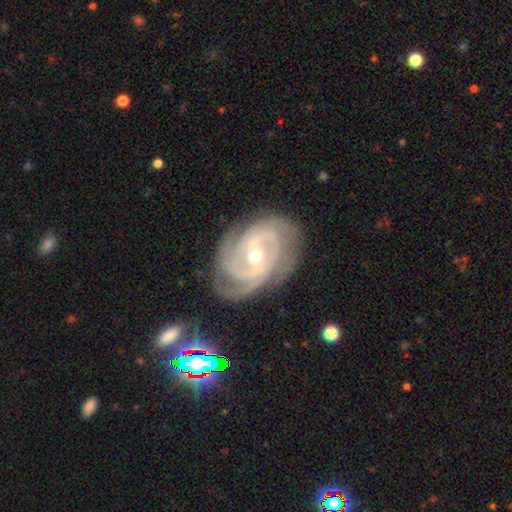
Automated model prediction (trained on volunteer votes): smooth_or_featured: featured or disk (p=0.91) [alt: star or artifact p=0.05]
disk_edge_on: no (p=0.97) [alt: yes p=0.03]
bar: weak (p=0.43) [alt: no p=0.30]
has_spiral_arms: yes (p=0.97) [alt: no p=0.03]
spiral_winding: tight (p=0.59) [alt: medium p=0.35]
spiral_arm_count: 3 (p=0.35) [alt: 2 p=0.32]
bulge_size: small (p=0.55) [alt: moderate p=0.43]
merging: none (p=0.75) [alt: minor disturbance p=0.17]